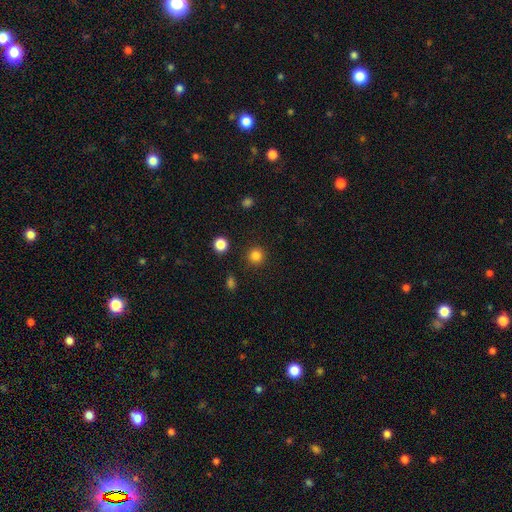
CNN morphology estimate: Q: Smooth or featured?
A: smooth (83%); runner-up: star or artifact (13%)
Q: How rounded?
A: round (95%); runner-up: in between (4%)
Q: Merging?
A: none (91%); runner-up: minor disturbance (5%)